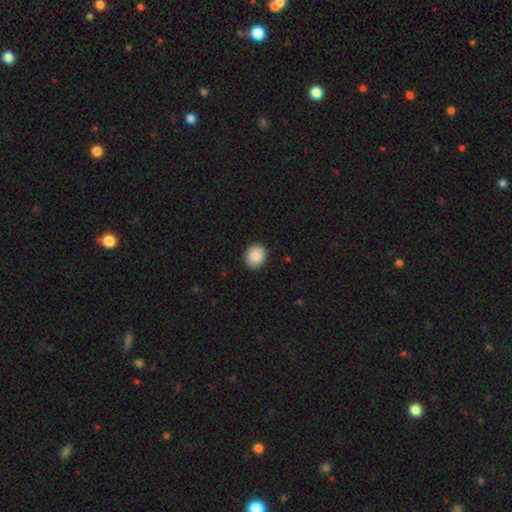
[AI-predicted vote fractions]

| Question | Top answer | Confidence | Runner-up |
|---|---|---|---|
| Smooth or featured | smooth | 89% | star or artifact (7%) |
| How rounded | round | 70% | in between (29%) |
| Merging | none | 90% | minor disturbance (7%) |